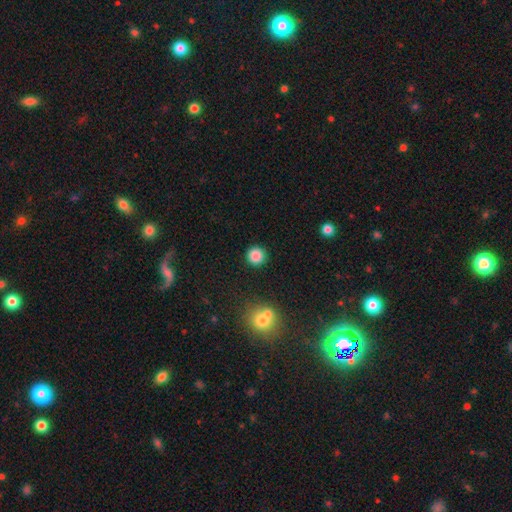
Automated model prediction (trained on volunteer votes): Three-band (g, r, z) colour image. It shows a smooth galaxy with no disk features (86%) that is round (95%). Merging: none (90%).